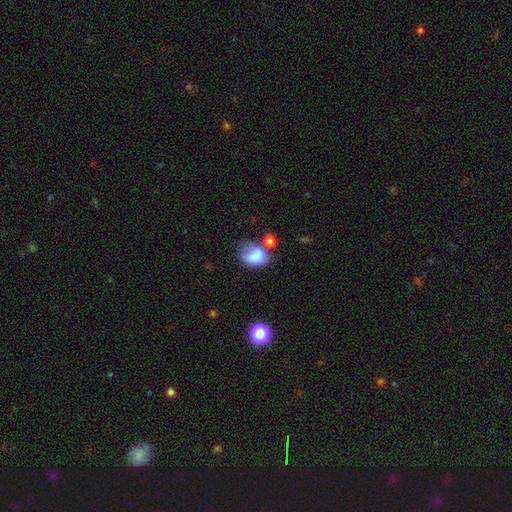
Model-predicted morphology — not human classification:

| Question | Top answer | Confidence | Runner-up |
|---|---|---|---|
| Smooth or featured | smooth | 77% | featured or disk (13%) |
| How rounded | in between | 69% | round (30%) |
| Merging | none | 36% | minor disturbance (27%) |